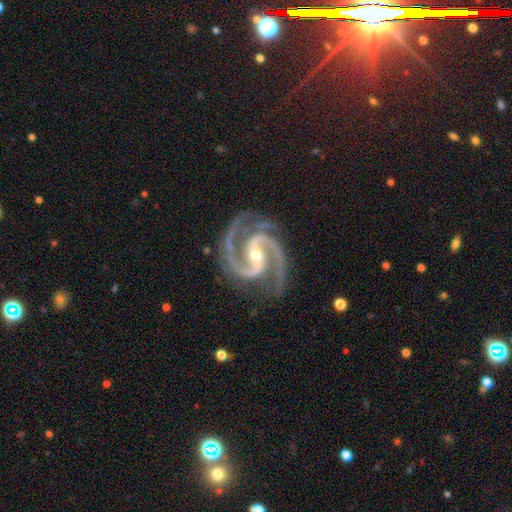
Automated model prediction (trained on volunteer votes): Morphology: type=featured or disk (94%); edge-on=no (98%); bar=strong (46%); spiral arms=yes (99%); winding=medium (64%); arm count=2 (92%); bulge=small (56%); merging=none (81%).